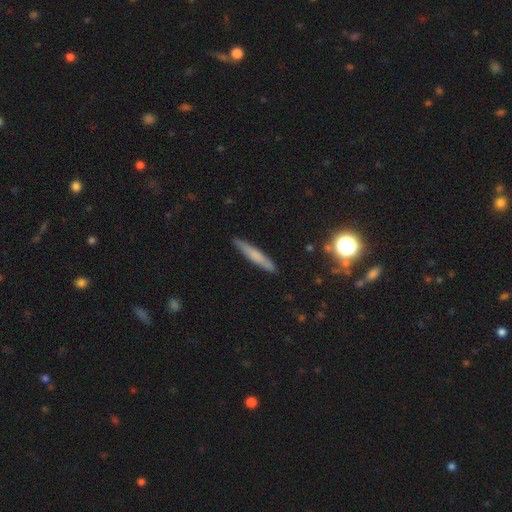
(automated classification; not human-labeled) Q: Smooth or featured?
A: smooth (58%); runner-up: featured or disk (33%)
Q: How rounded?
A: cigar-shaped (92%); runner-up: in between (6%)
Q: Merging?
A: none (88%); runner-up: minor disturbance (9%)